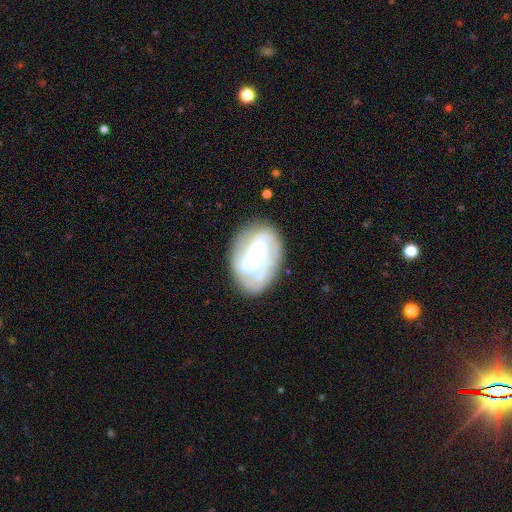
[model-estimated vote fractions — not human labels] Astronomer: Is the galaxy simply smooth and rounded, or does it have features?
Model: featured or disk — 76%.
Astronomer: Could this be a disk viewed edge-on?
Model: no — 97%.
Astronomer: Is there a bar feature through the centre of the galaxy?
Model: no — 50% (runner-up: weak, 35%).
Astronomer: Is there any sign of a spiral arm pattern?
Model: yes — 86%.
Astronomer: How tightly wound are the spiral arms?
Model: tight — 50% (runner-up: medium, 35%).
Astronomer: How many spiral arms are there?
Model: can't tell — 33% (runner-up: 2, 27%).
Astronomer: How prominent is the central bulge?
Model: small — 63%.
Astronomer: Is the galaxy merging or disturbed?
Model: none — 70%.